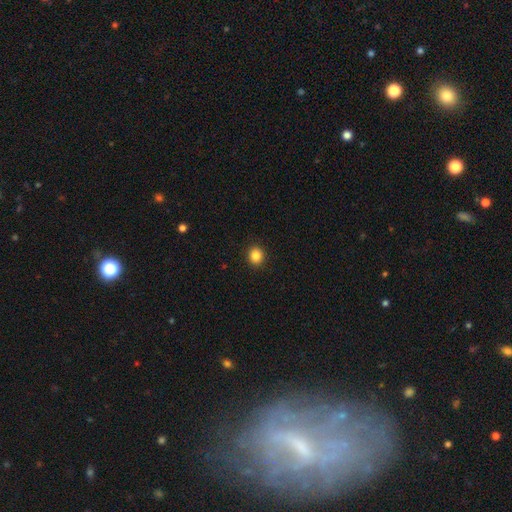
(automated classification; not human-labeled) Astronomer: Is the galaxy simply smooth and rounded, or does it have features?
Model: smooth — 85%.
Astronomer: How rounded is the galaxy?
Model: round — 84%.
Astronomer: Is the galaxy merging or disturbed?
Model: none — 92%.